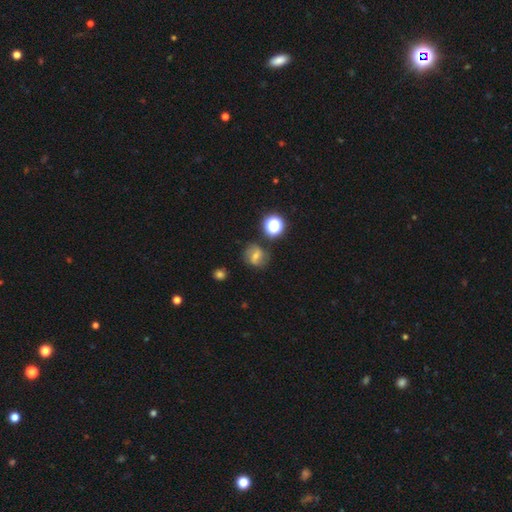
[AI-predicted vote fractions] Overall: featured or disk (52%; smooth 33%). Edge-on disk: no (96%). Merging: none (76%).